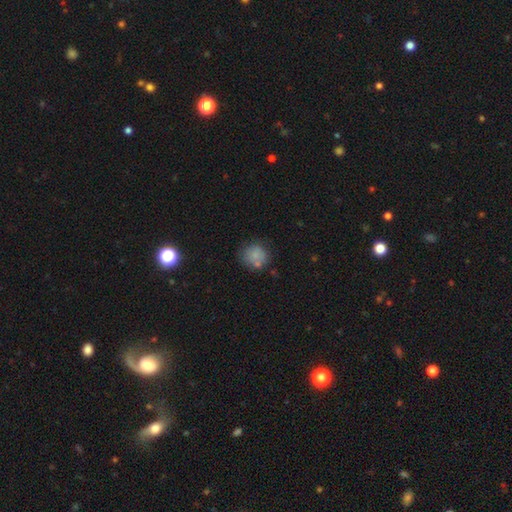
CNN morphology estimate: Smooth or featured: smooth — 77% (featured or disk — 13%)
How rounded: round — 84% (in between — 15%)
Merging: none — 63% (minor disturbance — 18%)